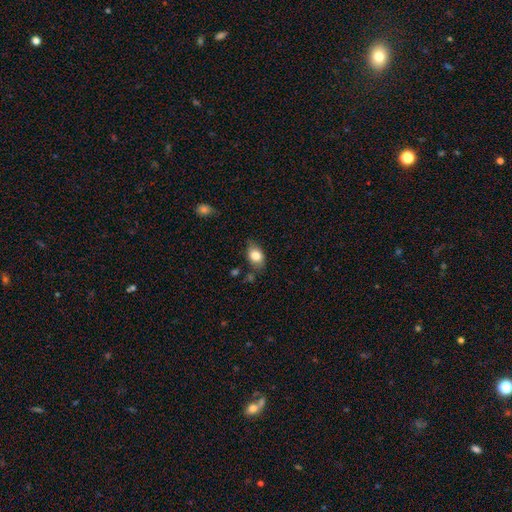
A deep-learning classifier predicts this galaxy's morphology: A smooth galaxy with no disk features (81%) that is in between round and cigar-shaped (80%).

Vote fractions:
- Smooth or featured? smooth: 81% / featured or disk: 12% / star or artifact: 8%
- How rounded? in between: 80% / round: 19% / cigar-shaped: 2%
- Merging? none: 70% / minor disturbance: 22% / major disturbance: 5% / merger: 3%